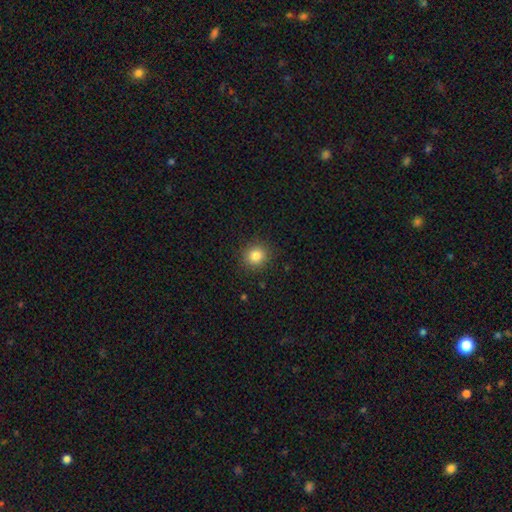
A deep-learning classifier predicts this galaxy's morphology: A smooth galaxy with no disk features (83%) that is round (87%).

Vote fractions:
- Smooth or featured? smooth: 83% / star or artifact: 11% / featured or disk: 6%
- How rounded? round: 87% / in between: 12% / cigar-shaped: 1%
- Merging? none: 89% / minor disturbance: 7% / major disturbance: 2% / merger: 1%